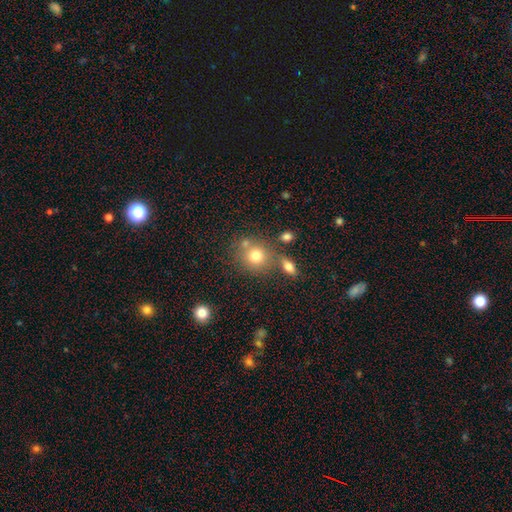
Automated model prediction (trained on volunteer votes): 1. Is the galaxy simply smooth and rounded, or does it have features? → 76% smooth, 12% star or artifact, 12% featured or disk.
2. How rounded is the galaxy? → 83% round, 16% in between, 1% cigar-shaped.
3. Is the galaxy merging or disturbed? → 64% none, 20% merger, 12% minor disturbance, 5% major disturbance.